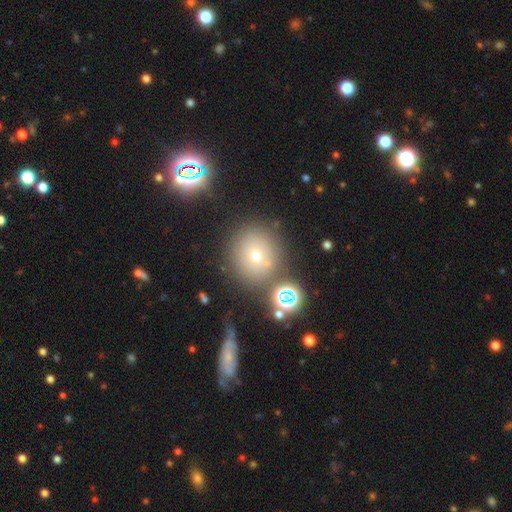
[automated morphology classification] smooth-or-featured: smooth: 65% | star or artifact: 19% | featured or disk: 15%
  how-rounded: round: 89% | in between: 10% | cigar-shaped: 1%
  merging: none: 75% | minor disturbance: 11% | merger: 9% | major disturbance: 5%